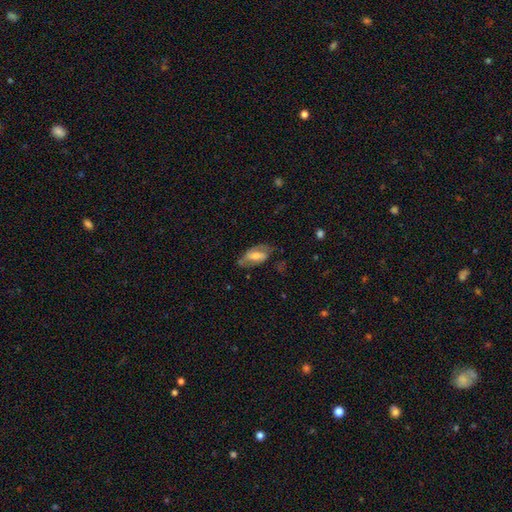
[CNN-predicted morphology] The model was most divided on "smooth or featured": featured or disk: 47%, smooth: 46%, star or artifact: 7%. More confident: merging — none (59%).